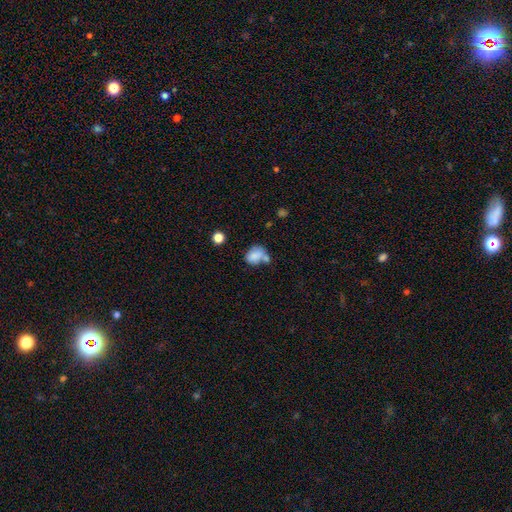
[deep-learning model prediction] Morphology: type=smooth (79%); roundness=in between (62%); merging=none (36%).